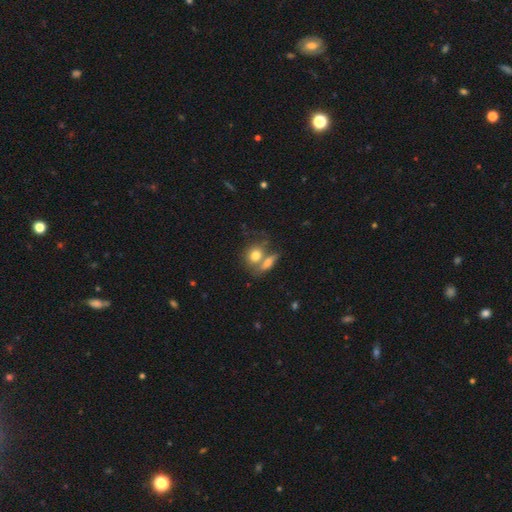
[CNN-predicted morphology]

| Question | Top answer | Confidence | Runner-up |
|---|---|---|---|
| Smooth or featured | smooth | 77% | featured or disk (14%) |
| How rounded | round | 49% | in between (47%) |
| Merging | merger | 44% | none (40%) |